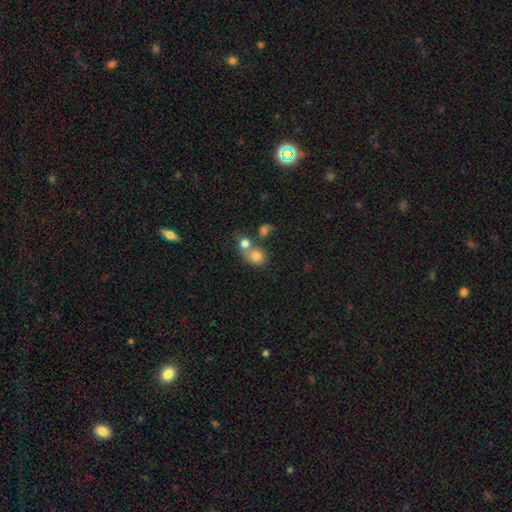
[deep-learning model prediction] smooth-or-featured: smooth: 77% | featured or disk: 12% | star or artifact: 11%
  how-rounded: round: 68% | in between: 31% | cigar-shaped: 1%
  merging: merger: 53% | none: 33% | minor disturbance: 9% | major disturbance: 5%